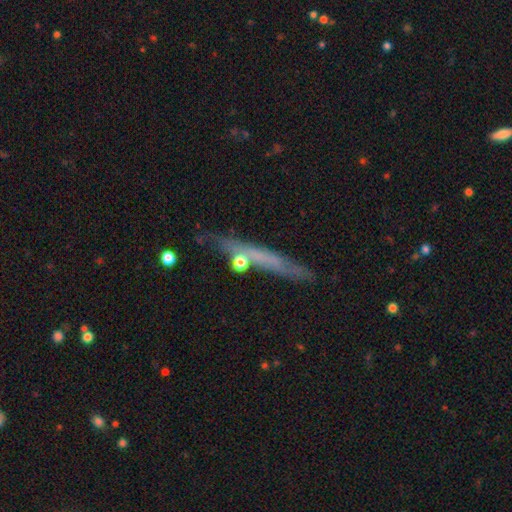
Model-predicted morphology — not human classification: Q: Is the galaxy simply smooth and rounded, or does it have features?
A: featured or disk — 48%.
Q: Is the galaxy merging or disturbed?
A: none — 78%.